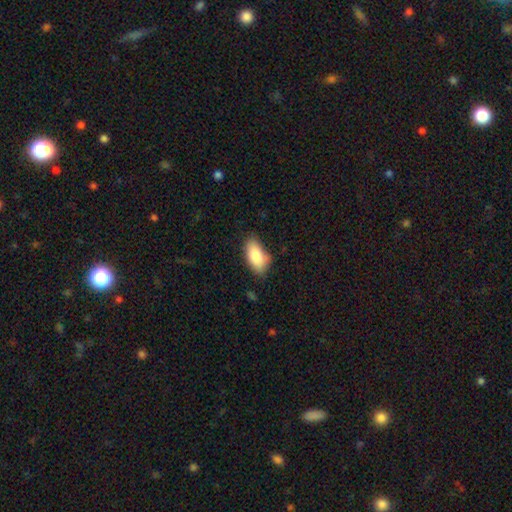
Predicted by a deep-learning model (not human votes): The model was most divided on "merging": none: 70%, minor disturbance: 23%, major disturbance: 4%, merger: 2%. More confident: how rounded — in between (92%); smooth or featured — smooth (83%).